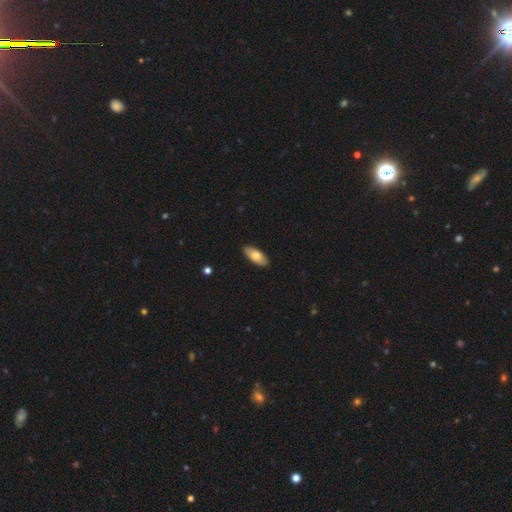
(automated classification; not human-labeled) Smooth or featured? smooth (77%)
How rounded? in between (84%)
Merging? none (88%)